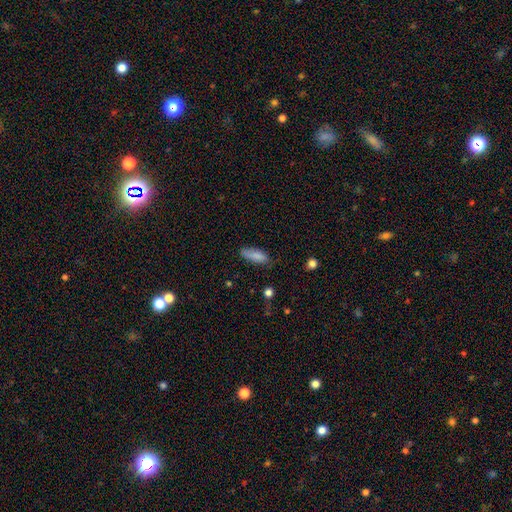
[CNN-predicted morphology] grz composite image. It shows a smooth galaxy with no disk features (85%) that is in between round and cigar-shaped (67%). Merging: none (71%).